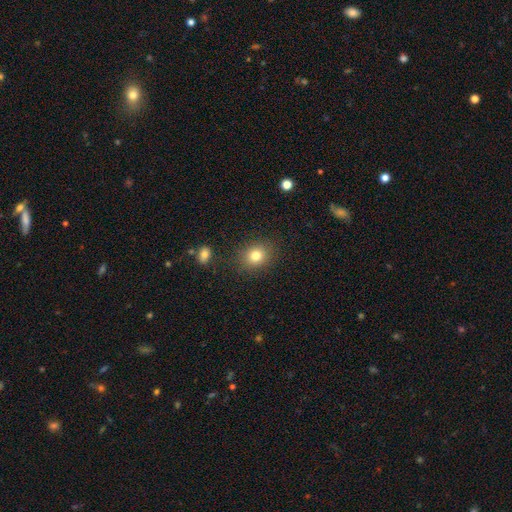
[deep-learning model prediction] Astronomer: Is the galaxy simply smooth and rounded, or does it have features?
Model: smooth — 80%.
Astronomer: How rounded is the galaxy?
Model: round — 71%.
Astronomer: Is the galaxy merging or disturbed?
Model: none — 86%.